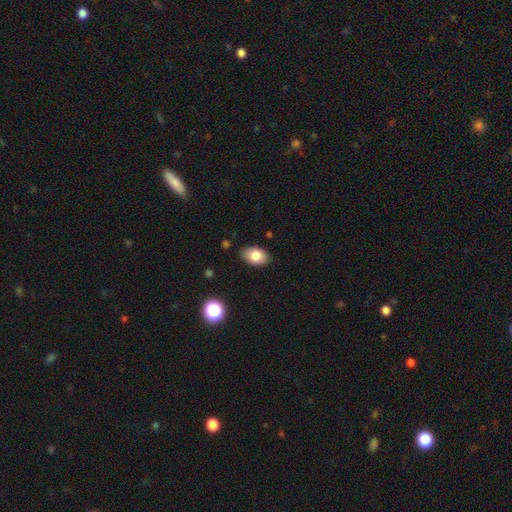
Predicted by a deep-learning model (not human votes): Overall: smooth (82%). How rounded: in between (89%). Merging: none (84%).